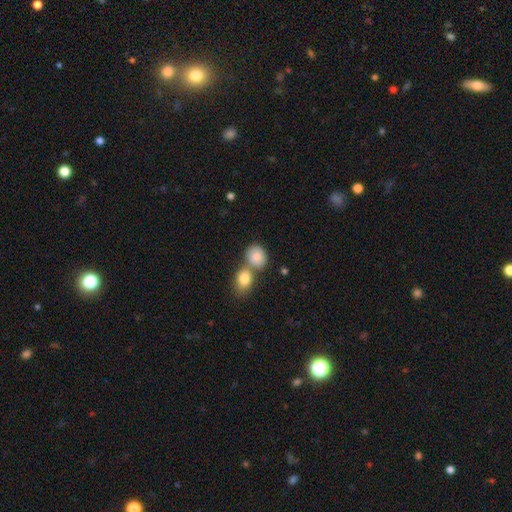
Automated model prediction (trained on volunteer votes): Smooth or featured?
  - smooth: 82% *
  - featured or disk: 10%
  - star or artifact: 8%
How rounded?
  - round: 60% *
  - in between: 38%
  - cigar-shaped: 1%
Merging?
  - merger: 45% *
  - none: 43%
  - minor disturbance: 9%
  - major disturbance: 3%